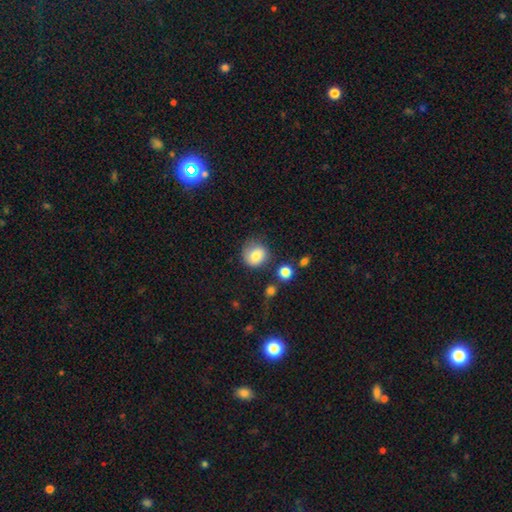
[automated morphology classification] Smooth or featured?
  - smooth: 76% *
  - featured or disk: 15%
  - star or artifact: 10%
How rounded?
  - round: 83% *
  - in between: 16%
  - cigar-shaped: 1%
Merging?
  - none: 62% *
  - minor disturbance: 23%
  - major disturbance: 10%
  - merger: 5%